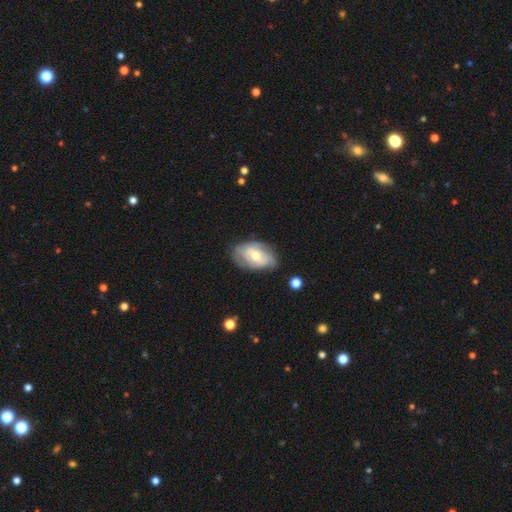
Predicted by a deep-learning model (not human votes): Morphology: type=featured or disk (59%); edge-on=no (93%); bar=no (58%); spiral arms=yes (68%); bulge=moderate (63%); merging=none (65%).